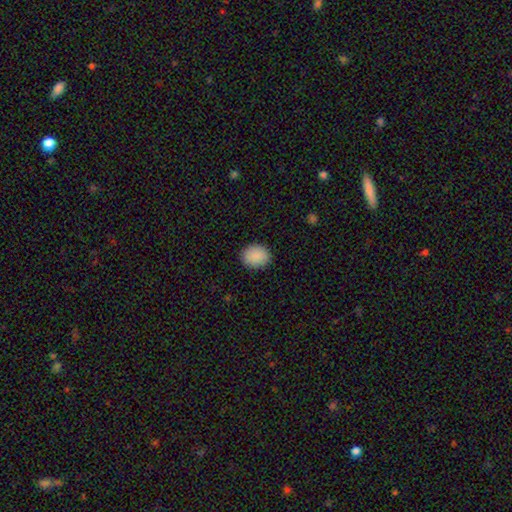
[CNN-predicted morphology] smooth_or_featured: smooth (p=0.89) [alt: star or artifact p=0.07]
how_rounded: round (p=0.61) [alt: in between p=0.38]
merging: none (p=0.89) [alt: minor disturbance p=0.08]